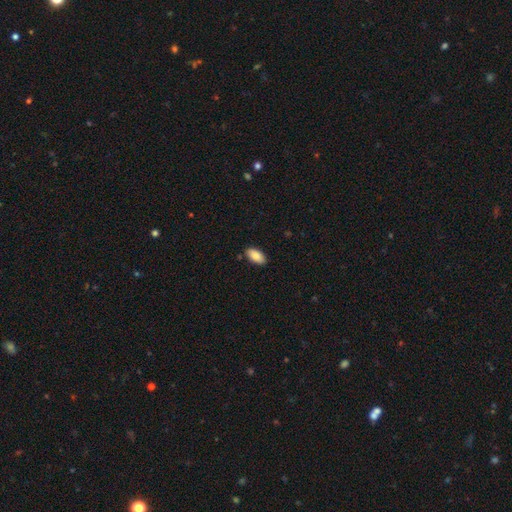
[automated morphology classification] smooth-or-featured: smooth: 88% | star or artifact: 7% | featured or disk: 5%
  how-rounded: in between: 93% | cigar-shaped: 5% | round: 2%
  merging: none: 86% | minor disturbance: 10% | major disturbance: 2% | merger: 1%